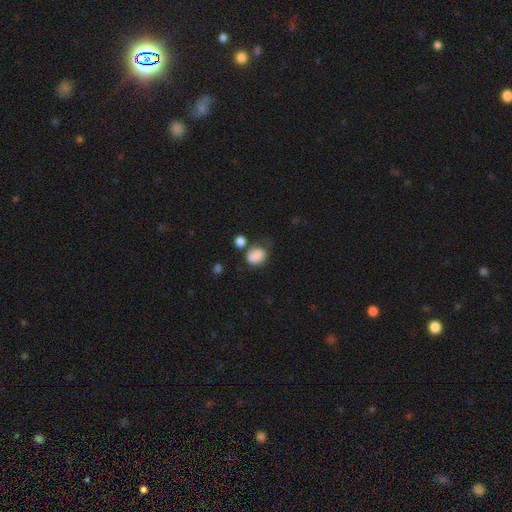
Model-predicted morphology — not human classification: Smooth or featured? Predicted: smooth (p=0.85). How rounded? Predicted: in between (p=0.66). Merging? Predicted: none (p=0.51).